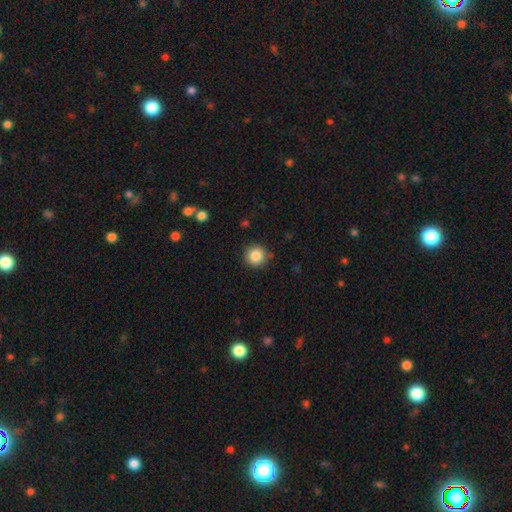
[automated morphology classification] This is clearly a smooth galaxy (85%). How rounded: clearly round (94%). Merging: clearly none (88%).